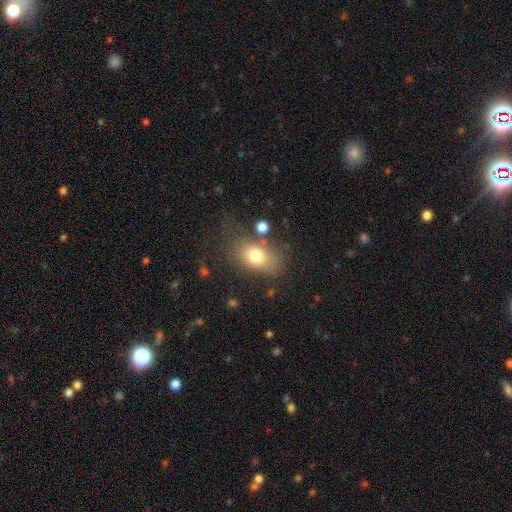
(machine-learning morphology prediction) A smooth galaxy with no disk features (74%) that is in between round and cigar-shaped (82%). Merging: none (65%).